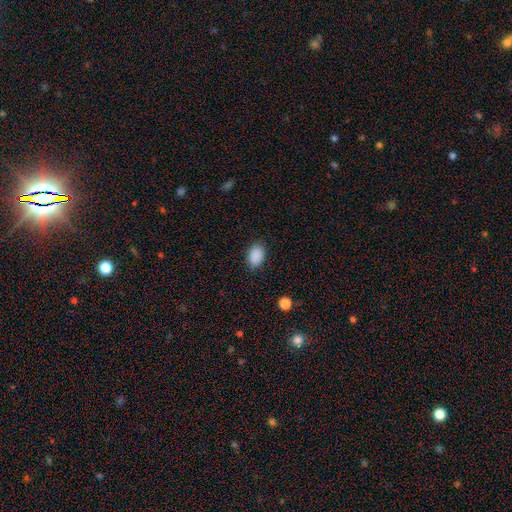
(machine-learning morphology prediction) Smooth or featured? Predicted: smooth (p=0.89). How rounded? Predicted: in between (p=0.81). Merging? Predicted: none (p=0.86).